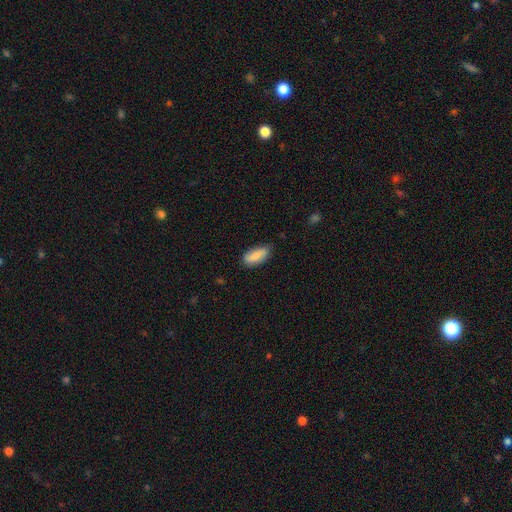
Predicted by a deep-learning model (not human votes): This appears to be a smooth galaxy with no disk features (78%) that is in between round and cigar-shaped (84%). Merging: none (73%).